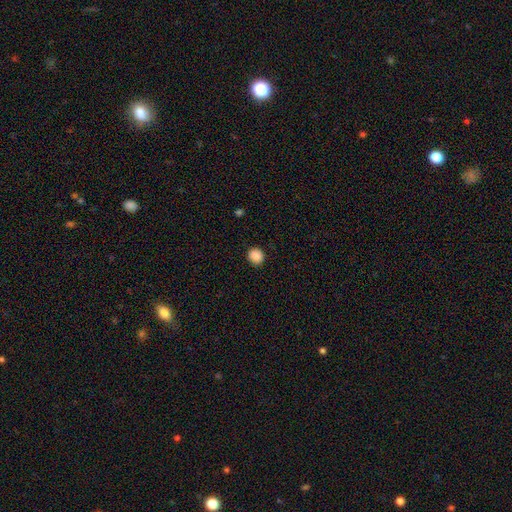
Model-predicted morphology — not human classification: Smooth or featured? Predicted: smooth (p=0.88). How rounded? Predicted: round (p=0.85). Merging? Predicted: none (p=0.90).